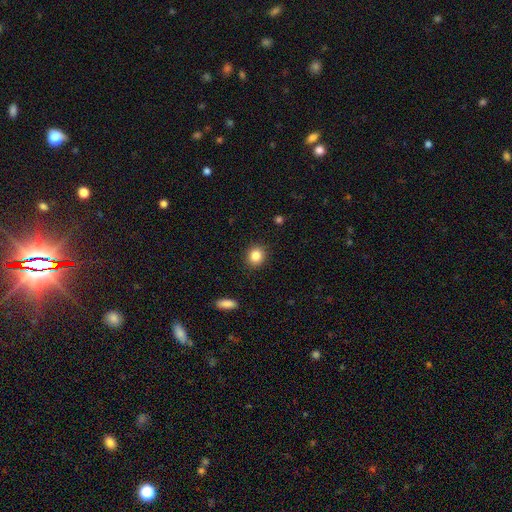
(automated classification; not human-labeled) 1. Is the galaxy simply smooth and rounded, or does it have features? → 85% smooth, 10% star or artifact, 5% featured or disk.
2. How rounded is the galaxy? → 80% round, 19% in between, 1% cigar-shaped.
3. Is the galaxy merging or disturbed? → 90% none, 7% minor disturbance, 2% major disturbance, 1% merger.